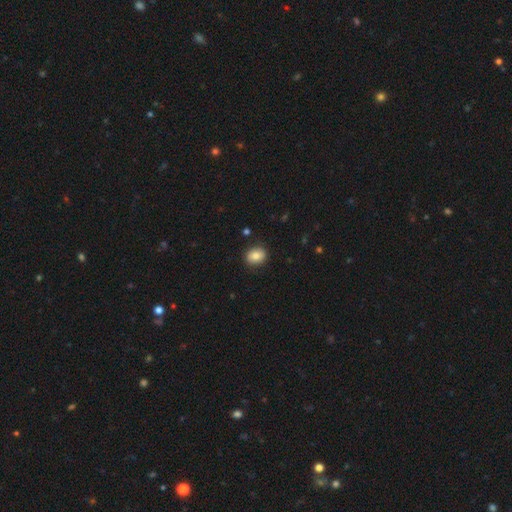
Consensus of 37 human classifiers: smooth-or-featured: smooth: 86% | featured or disk: 11% | star or artifact: 3%
  how-rounded: in between: 59% | round: 41% | cigar-shaped: 0%
  merging: none: 92% | minor disturbance: 6% | major disturbance: 3% | merger: 0%